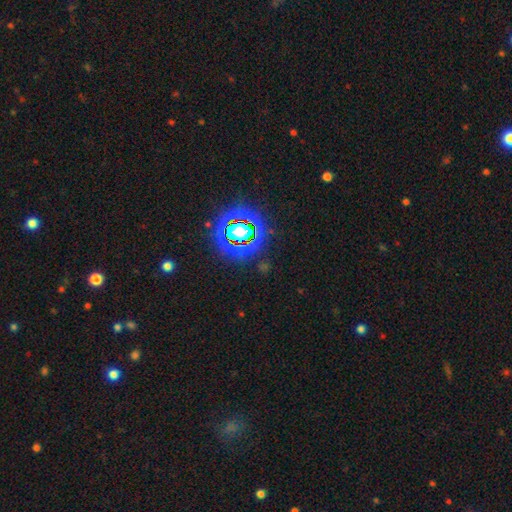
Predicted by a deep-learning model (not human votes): Smooth or featured: star or artifact — 82% (smooth — 10%)